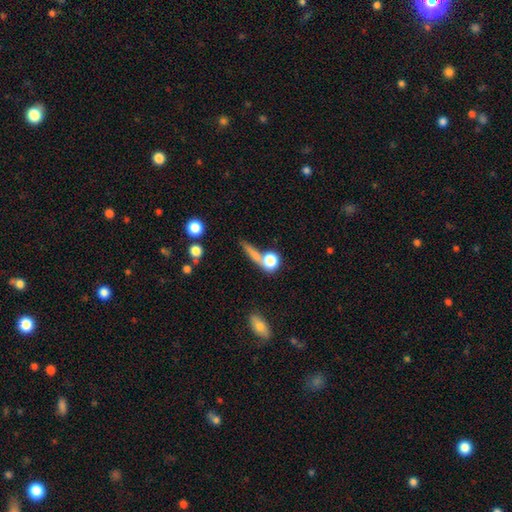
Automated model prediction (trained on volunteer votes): Overall: smooth (68%). How rounded: cigar-shaped (43%; round 40%). Merging: none (53%; merger 25%).